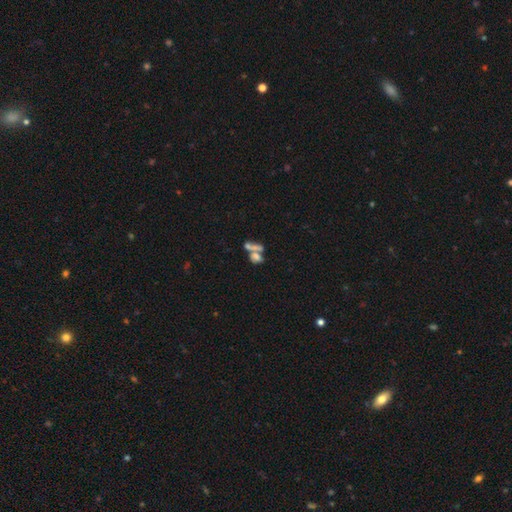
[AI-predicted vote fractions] A smooth galaxy with no disk features (61%) that is in between round and cigar-shaped (64%).

Vote fractions:
- Smooth or featured? smooth: 61% / featured or disk: 24% / star or artifact: 15%
- How rounded? in between: 64% / round: 25% / cigar-shaped: 11%
- Merging? merger: 57% / none: 28% / minor disturbance: 8% / major disturbance: 7%